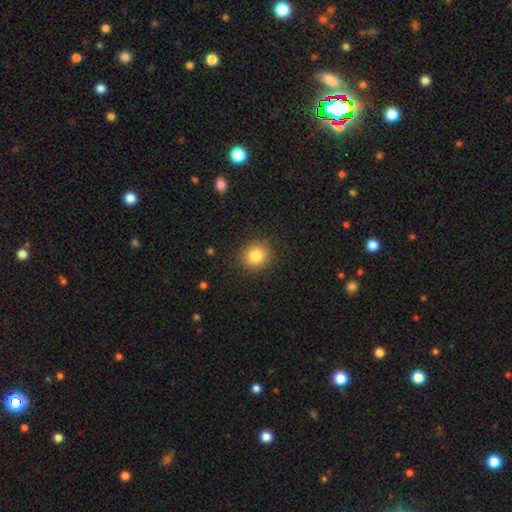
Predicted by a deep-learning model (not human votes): Morphology: type=smooth (83%); roundness=round (84%); merging=none (89%).